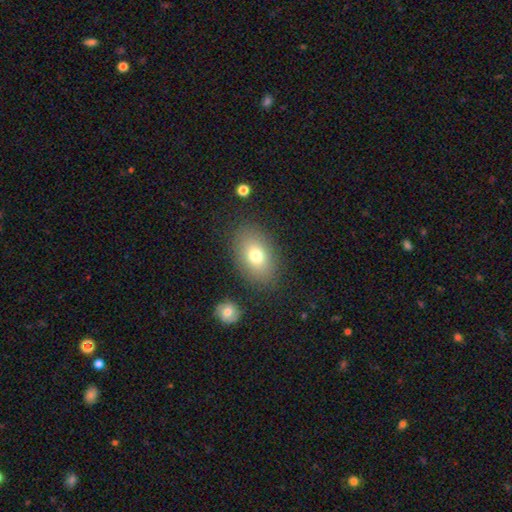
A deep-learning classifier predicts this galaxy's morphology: This appears to be a smooth galaxy with no disk features (75%) that is in between round and cigar-shaped (84%). Merging: none (84%).